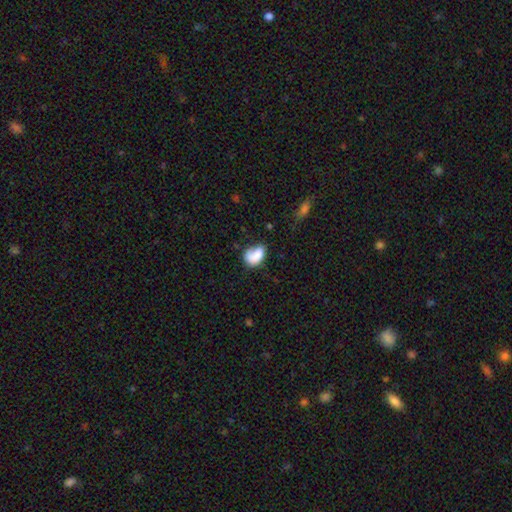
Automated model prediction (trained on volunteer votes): A smooth galaxy with no disk features (74%) that is in between round and cigar-shaped (83%).

Vote fractions:
- Smooth or featured? smooth: 74% / featured or disk: 18% / star or artifact: 8%
- How rounded? in between: 83% / round: 15% / cigar-shaped: 2%
- Merging? none: 38% / minor disturbance: 29% / major disturbance: 20% / merger: 13%